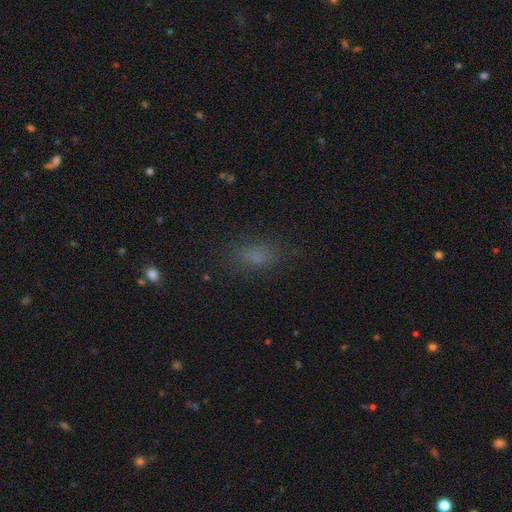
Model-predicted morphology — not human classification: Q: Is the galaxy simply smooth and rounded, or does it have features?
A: smooth — 74%.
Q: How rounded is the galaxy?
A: in between — 81%.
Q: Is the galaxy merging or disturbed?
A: none — 78%.